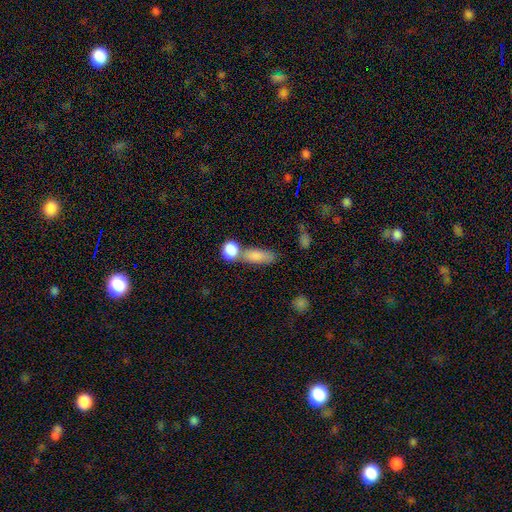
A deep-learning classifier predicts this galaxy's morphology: type=smooth (83%); roundness=in between (68%); merging=none (43%).